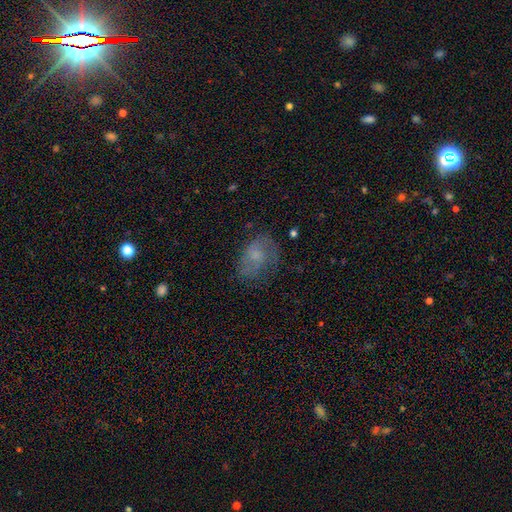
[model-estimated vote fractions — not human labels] Morphology: type=featured or disk (45%); merging=none (57%).